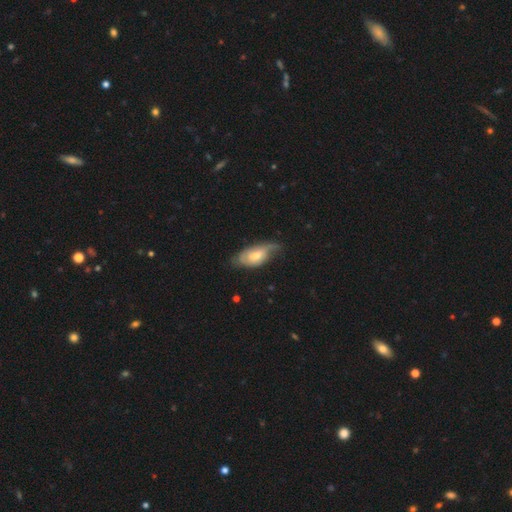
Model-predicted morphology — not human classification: Overall: featured or disk (52%; smooth 42%). Edge-on disk: no (89%). Merging: none (45%; minor disturbance 36%).